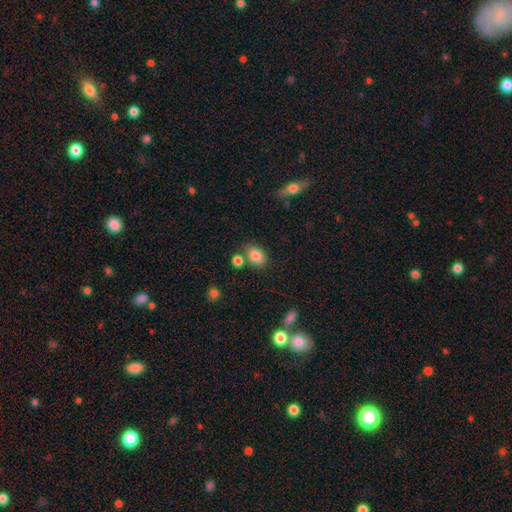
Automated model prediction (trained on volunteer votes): A smooth galaxy with no disk features (84%) that is in between round and cigar-shaped (69%). Merging: none (69%).